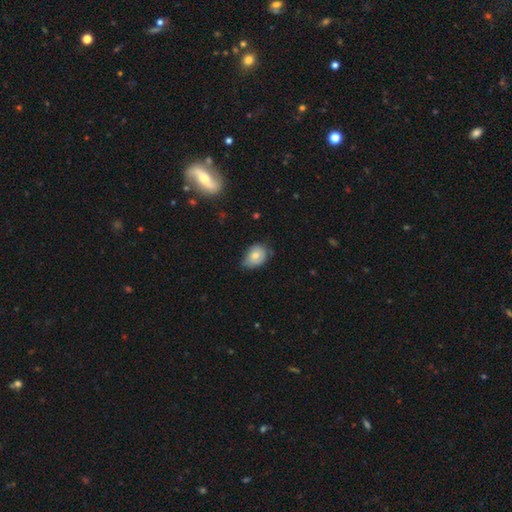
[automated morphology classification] smooth 70%, featured or disk 22%, star or artifact 8%. Down the decision tree: how rounded — in between (66%); merging — none (45%).